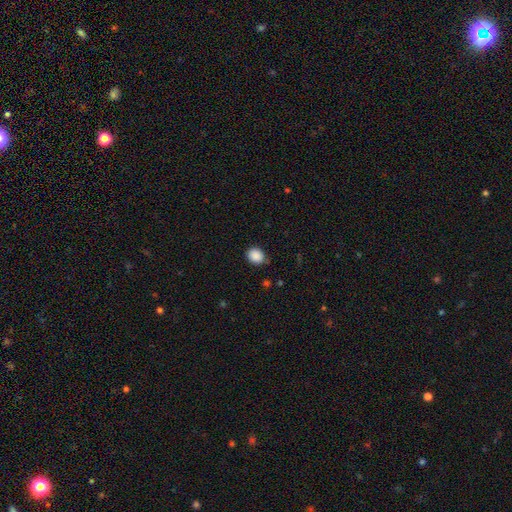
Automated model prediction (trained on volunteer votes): Smooth or featured? smooth (89%)
How rounded? round (59%)
Merging? none (83%)